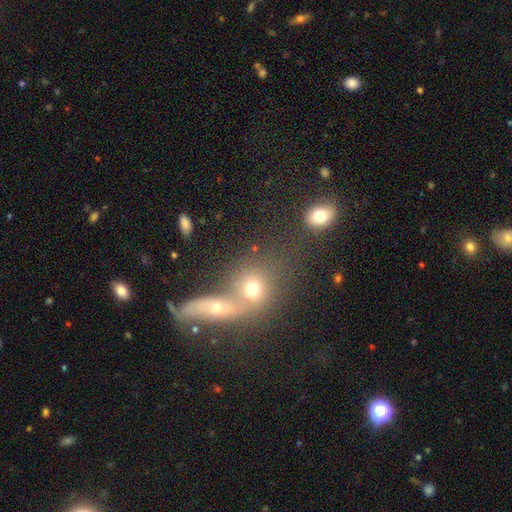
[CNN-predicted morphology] Overall: smooth (48%; featured or disk 30%). Merging: merger (59%; none 26%).